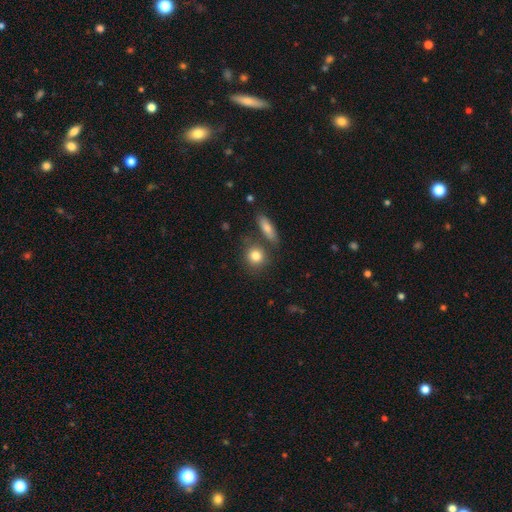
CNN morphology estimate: Overall: smooth (82%). How rounded: round (79%). Merging: none (69%).